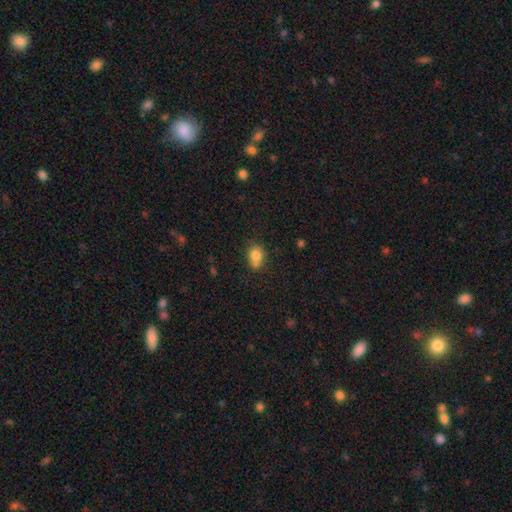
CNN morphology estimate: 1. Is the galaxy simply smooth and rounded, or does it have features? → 79% smooth, 11% star or artifact, 10% featured or disk.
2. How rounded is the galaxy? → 52% round, 46% in between, 1% cigar-shaped.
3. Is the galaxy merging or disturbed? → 49% none, 26% merger, 19% minor disturbance, 6% major disturbance.